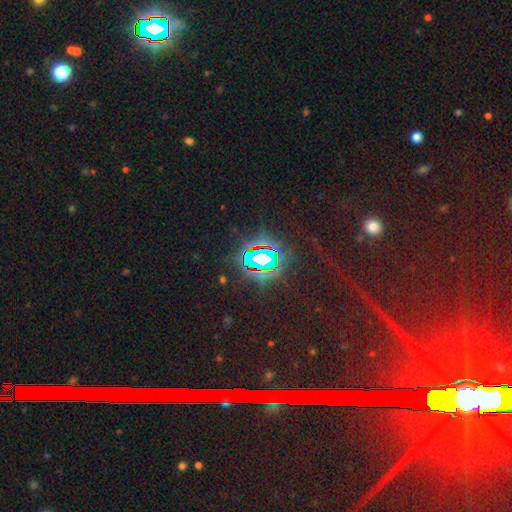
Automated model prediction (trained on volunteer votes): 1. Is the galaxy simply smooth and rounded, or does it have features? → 78% star or artifact, 11% featured or disk, 11% smooth.